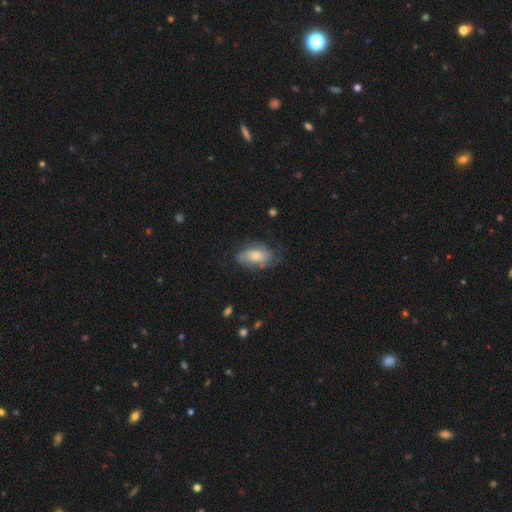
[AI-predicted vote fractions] Smooth or featured: smooth — 53% (featured or disk — 40%)
How rounded: in between — 90% (round — 7%)
Merging: none — 61% (minor disturbance — 26%)